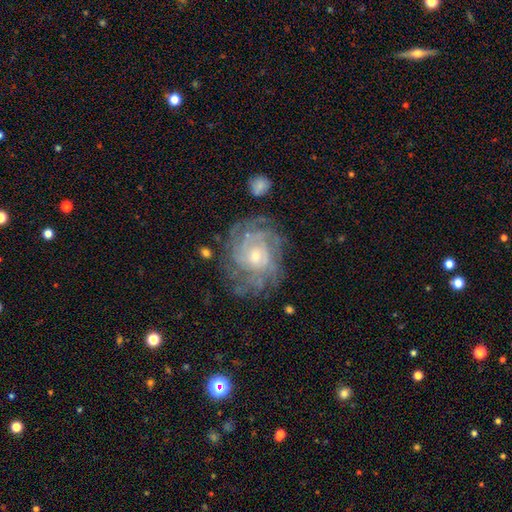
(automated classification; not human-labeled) Smooth or featured? featured or disk (82%)
Edge-on disk? no (97%)
Bar? no (75%)
Spiral arms? yes (92%)
Spiral winding? tight (69%)
Spiral arm count? can't tell (43%)
Bulge size? small (60%)
Merging? none (72%)